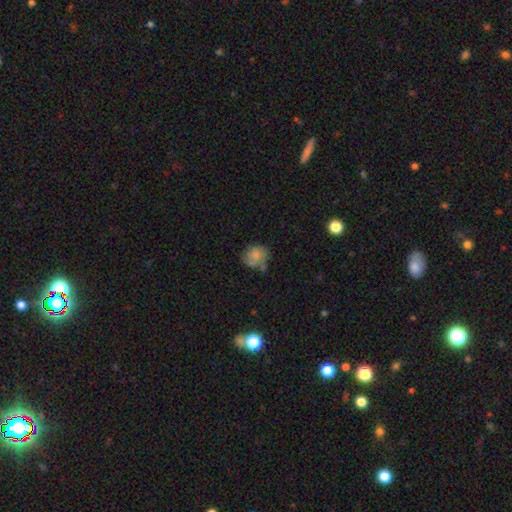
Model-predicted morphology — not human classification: smooth_or_featured: smooth (p=0.68) [alt: featured or disk p=0.23]
how_rounded: round (p=0.71) [alt: in between p=0.28]
merging: none (p=0.50) [alt: minor disturbance p=0.29]